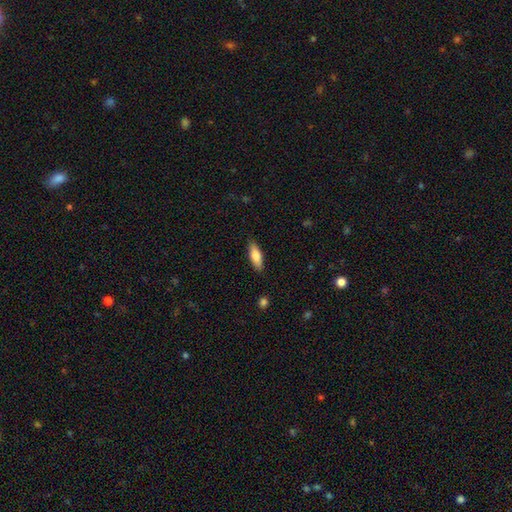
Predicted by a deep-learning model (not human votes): A smooth galaxy with no disk features (77%) that is in between round and cigar-shaped (59%).

Vote fractions:
- Smooth or featured? smooth: 77% / featured or disk: 17% / star or artifact: 6%
- How rounded? in between: 59% / cigar-shaped: 39% / round: 2%
- Merging? none: 87% / minor disturbance: 10% / major disturbance: 2% / merger: 1%